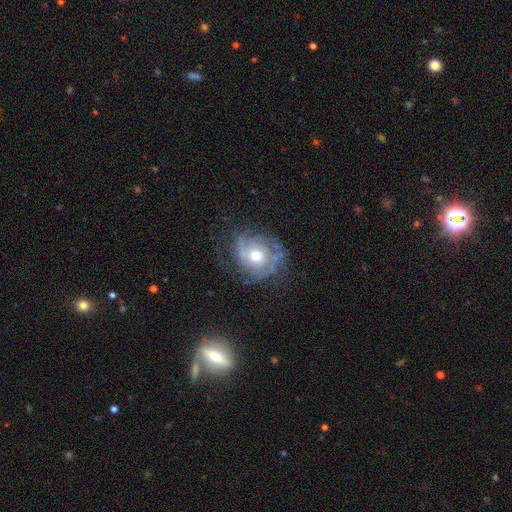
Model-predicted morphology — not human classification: This is likely a featured or disk galaxy (77%). It is clearly not viewed edge-on (97%). Bar: likely no (77%). Spiral arm pattern: clearly yes (87%). Spiral arm count: marginally can't tell (36%). Spiral winding: possibly tight (55%). Central bulge: likely moderate (71%). Merging: likely none (61%).